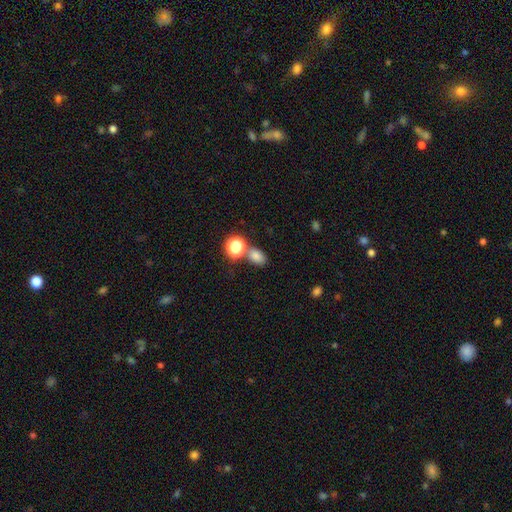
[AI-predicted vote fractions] The model was most divided on "how rounded": in between: 69%, round: 30%, cigar-shaped: 1%. More confident: smooth or featured — smooth (77%); merging — none (66%).